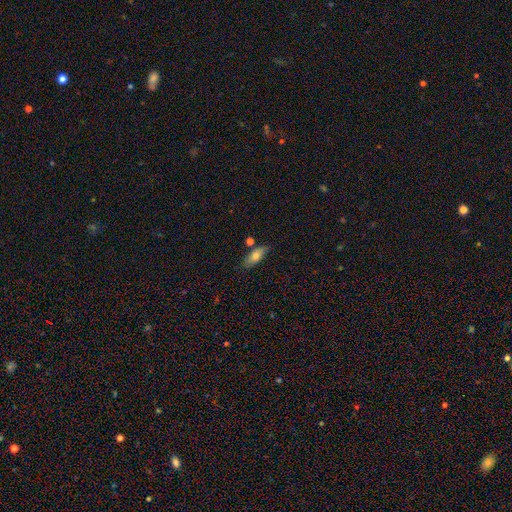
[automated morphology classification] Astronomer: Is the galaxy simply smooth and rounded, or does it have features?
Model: smooth — 73%.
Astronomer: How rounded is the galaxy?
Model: in between — 75%.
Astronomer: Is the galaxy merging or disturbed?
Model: none — 74%.